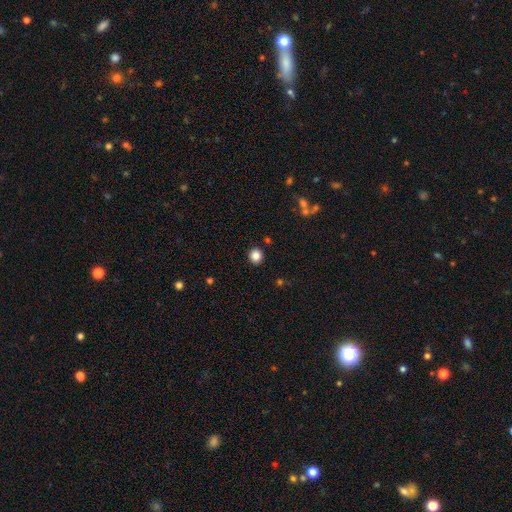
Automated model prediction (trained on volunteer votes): Smooth or featured?
  - smooth: 85% *
  - star or artifact: 11%
  - featured or disk: 4%
How rounded?
  - round: 86% *
  - in between: 13%
  - cigar-shaped: 1%
Merging?
  - none: 90% *
  - minor disturbance: 6%
  - major disturbance: 2%
  - merger: 2%